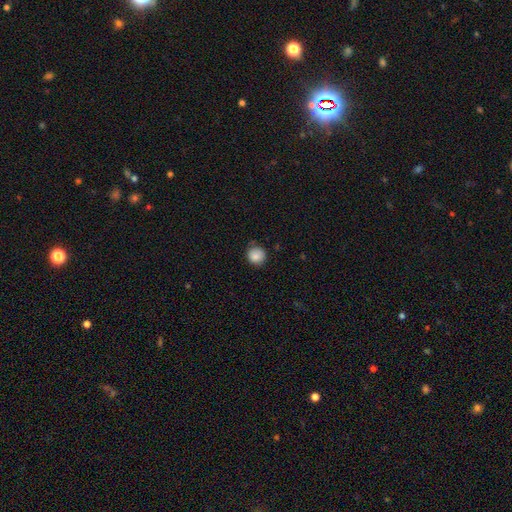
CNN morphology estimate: smooth_or_featured: smooth (p=0.86) [alt: star or artifact p=0.09]
how_rounded: round (p=0.92) [alt: in between p=0.07]
merging: none (p=0.77) [alt: minor disturbance p=0.18]